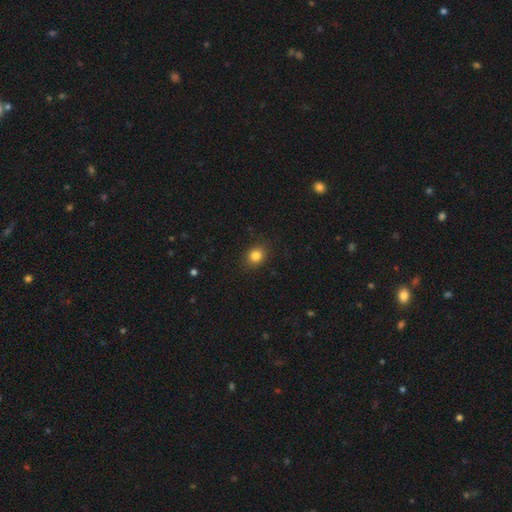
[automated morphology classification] Smooth or featured?
  - smooth: 83% *
  - star or artifact: 12%
  - featured or disk: 6%
How rounded?
  - round: 63% *
  - in between: 36%
  - cigar-shaped: 1%
Merging?
  - none: 88% *
  - minor disturbance: 9%
  - major disturbance: 2%
  - merger: 1%